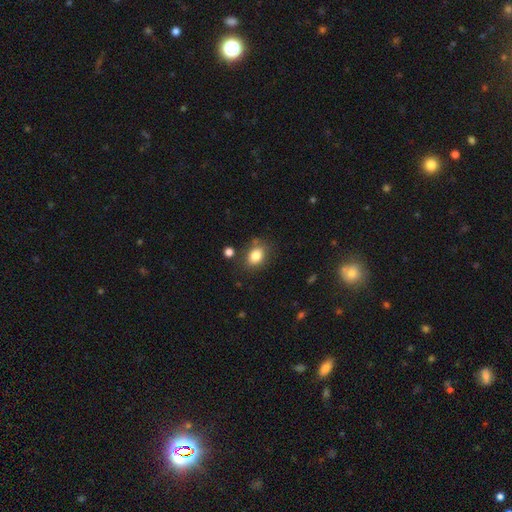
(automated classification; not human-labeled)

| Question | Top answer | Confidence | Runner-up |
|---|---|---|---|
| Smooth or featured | smooth | 83% | star or artifact (10%) |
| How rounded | in between | 67% | round (32%) |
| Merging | none | 77% | minor disturbance (14%) |